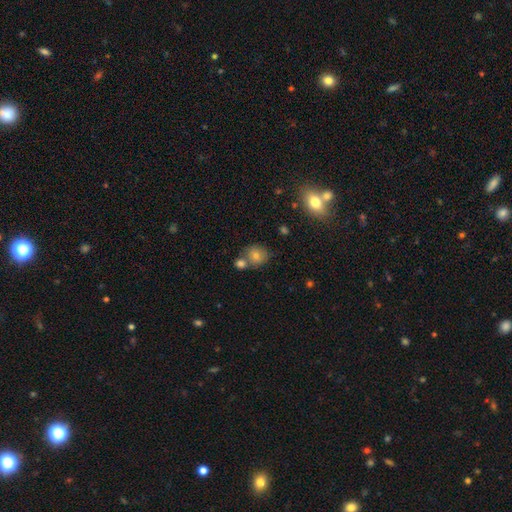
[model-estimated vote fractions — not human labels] Overall: smooth (69%). How rounded: round (77%). Merging: none (67%).